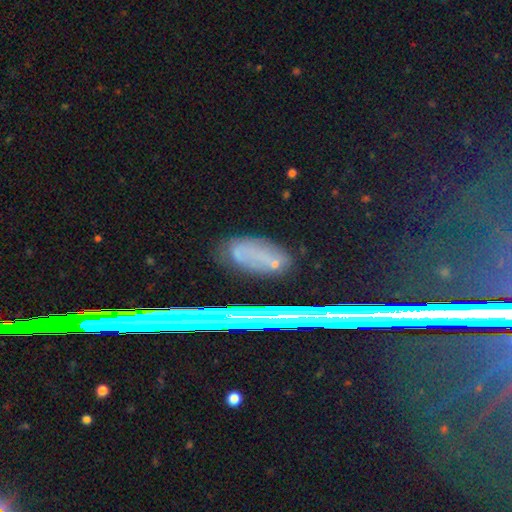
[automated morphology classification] Overall: star or artifact (40%; smooth 38%).